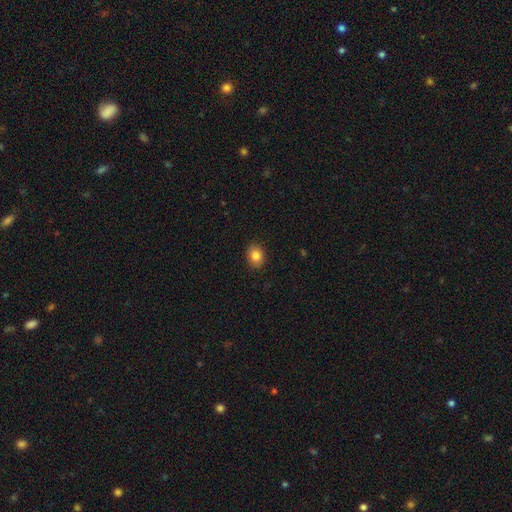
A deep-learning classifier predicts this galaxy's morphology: smooth_or_featured: smooth (p=0.84) [alt: star or artifact p=0.09]
how_rounded: in between (p=0.53) [alt: round p=0.46]
merging: none (p=0.89) [alt: minor disturbance p=0.08]